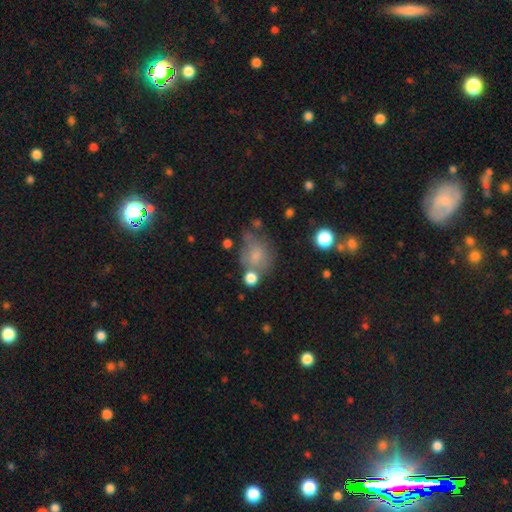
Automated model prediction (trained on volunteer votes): This appears to be a smooth galaxy with no disk features (66%) that is round (53%). Merging: none (44%).